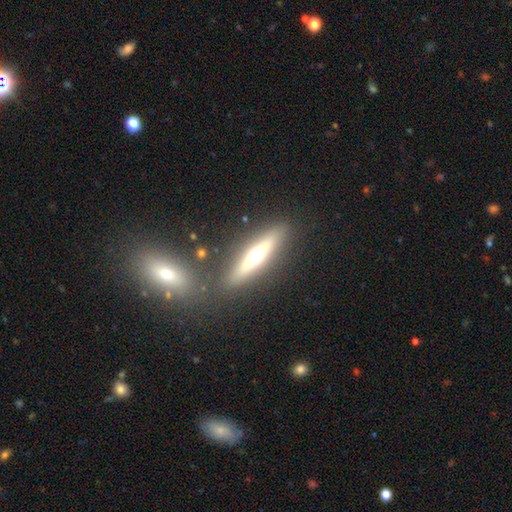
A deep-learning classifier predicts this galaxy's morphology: Overall: featured or disk (56%; smooth 36%). Edge-on disk: yes (89%). Merging: none (74%).